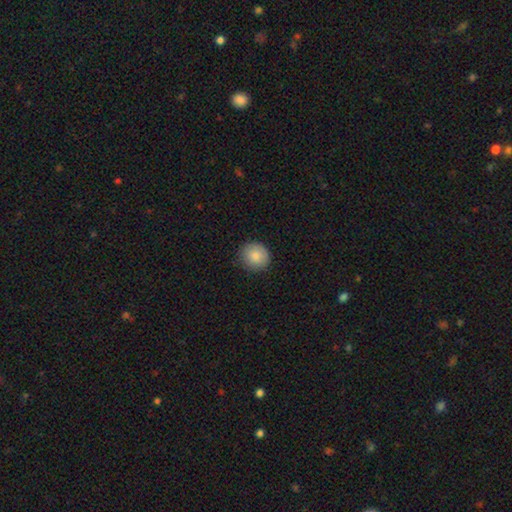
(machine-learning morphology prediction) smooth_or_featured: smooth (p=0.86) [alt: star or artifact p=0.08]
how_rounded: round (p=0.89) [alt: in between p=0.10]
merging: none (p=0.87) [alt: minor disturbance p=0.10]